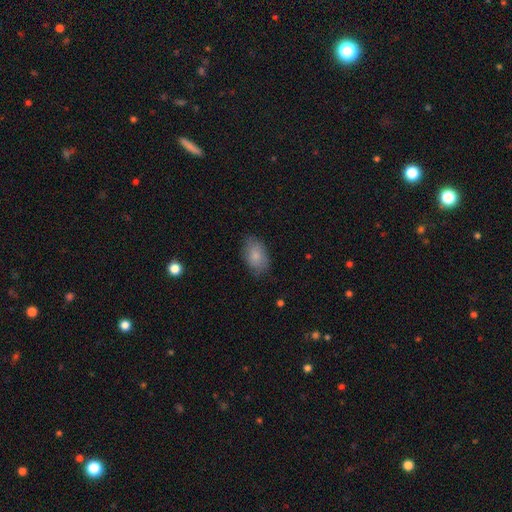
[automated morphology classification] smooth_or_featured: smooth (p=0.82) [alt: featured or disk p=0.12]
how_rounded: in between (p=0.90) [alt: round p=0.08]
merging: none (p=0.77) [alt: minor disturbance p=0.18]